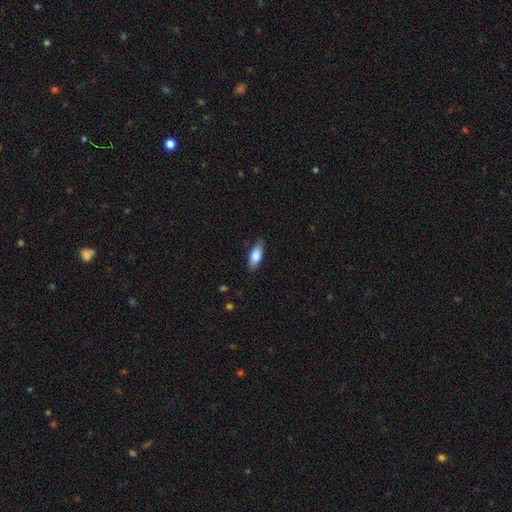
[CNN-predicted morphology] A smooth galaxy with no disk features (78%) that is in between round and cigar-shaped (74%). Merging: none (81%).